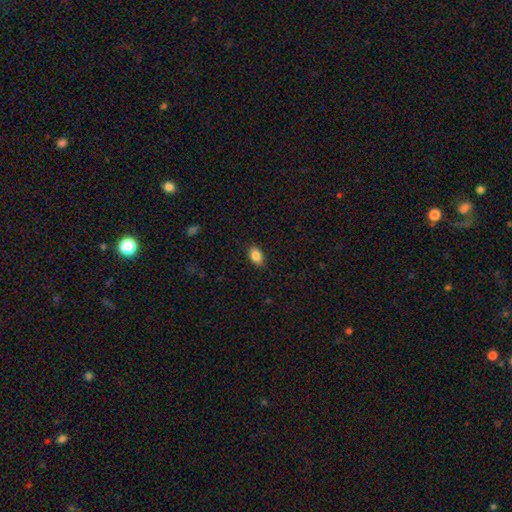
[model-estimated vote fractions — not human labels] Smooth or featured? smooth (87%)
How rounded? in between (88%)
Merging? none (88%)